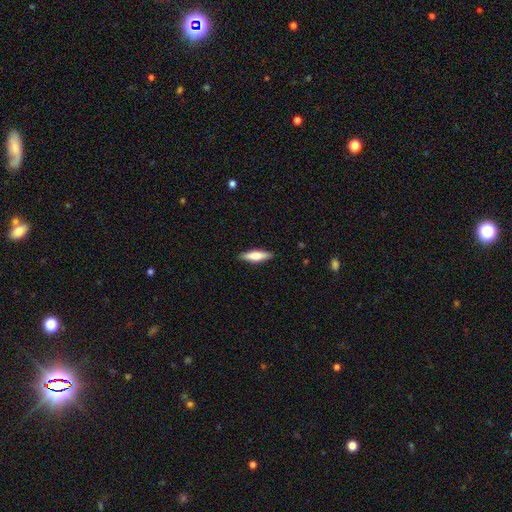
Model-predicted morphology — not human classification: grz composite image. It shows a smooth galaxy with no disk features (69%) that is cigar-shaped (61%). Merging: none (89%).